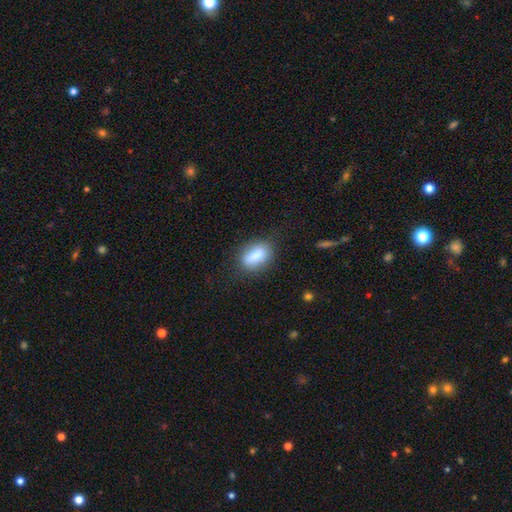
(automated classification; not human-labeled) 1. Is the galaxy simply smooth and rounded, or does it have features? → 81% smooth, 11% featured or disk, 8% star or artifact.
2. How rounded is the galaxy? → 80% in between, 11% round, 9% cigar-shaped.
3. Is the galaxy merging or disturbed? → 77% none, 16% minor disturbance, 5% major disturbance, 2% merger.